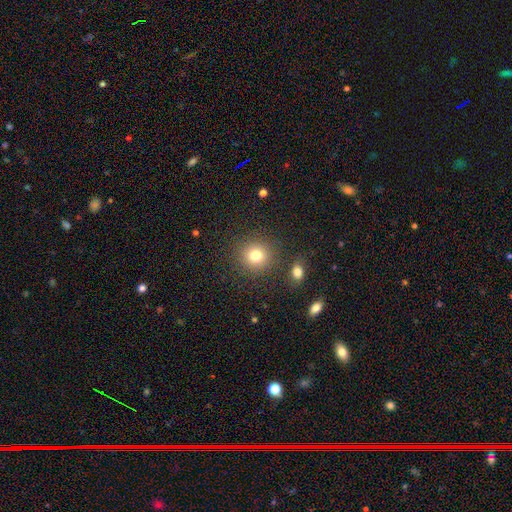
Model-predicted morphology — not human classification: type=smooth (79%); roundness=round (91%); merging=none (86%).